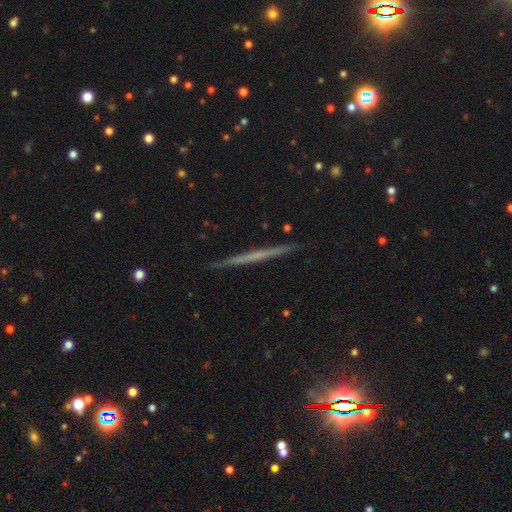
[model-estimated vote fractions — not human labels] Q: Smooth or featured?
A: featured or disk (59%); runner-up: smooth (32%)
Q: Edge-on disk?
A: yes (98%); runner-up: no (2%)
Q: Edge-on bulge?
A: none (86%); runner-up: rounded (10%)
Q: Merging?
A: none (91%); runner-up: minor disturbance (6%)